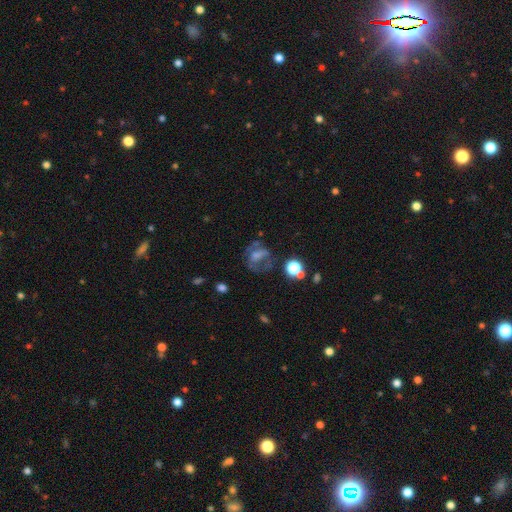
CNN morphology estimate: Q: Smooth or featured?
A: featured or disk (47%); runner-up: smooth (31%)
Q: Merging?
A: none (48%); runner-up: major disturbance (26%)